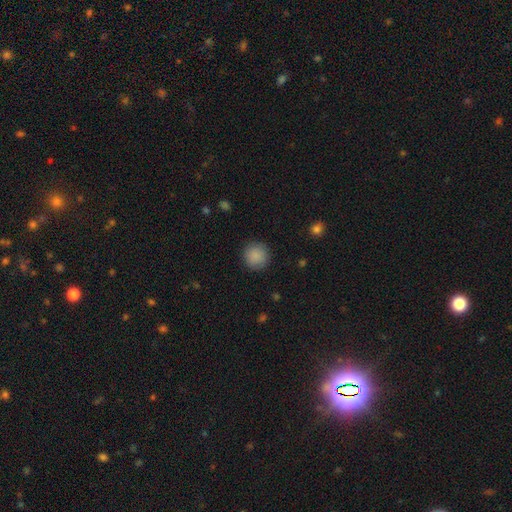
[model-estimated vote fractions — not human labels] smooth-or-featured: smooth: 89% | star or artifact: 8% | featured or disk: 3%
  how-rounded: round: 94% | in between: 5% | cigar-shaped: 1%
  merging: none: 90% | minor disturbance: 7% | major disturbance: 2% | merger: 1%